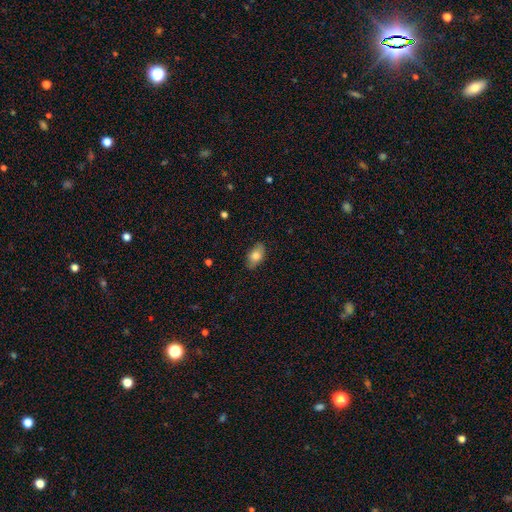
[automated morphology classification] Smooth or featured? Predicted: smooth (p=0.79). How rounded? Predicted: in between (p=0.91). Merging? Predicted: none (p=0.83).